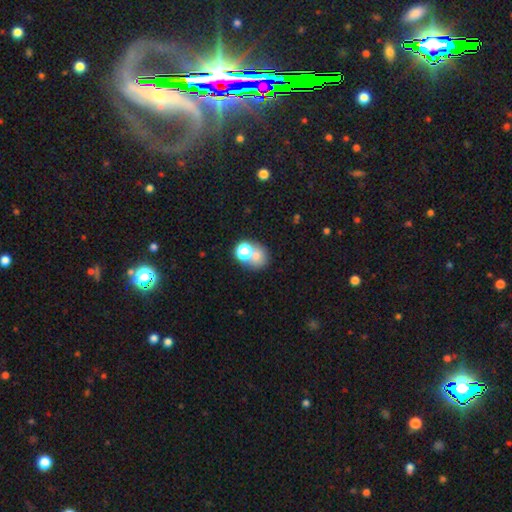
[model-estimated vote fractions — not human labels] Smooth or featured? Predicted: smooth (p=0.67). How rounded? Predicted: round (p=0.70). Merging? Predicted: none (p=0.43).